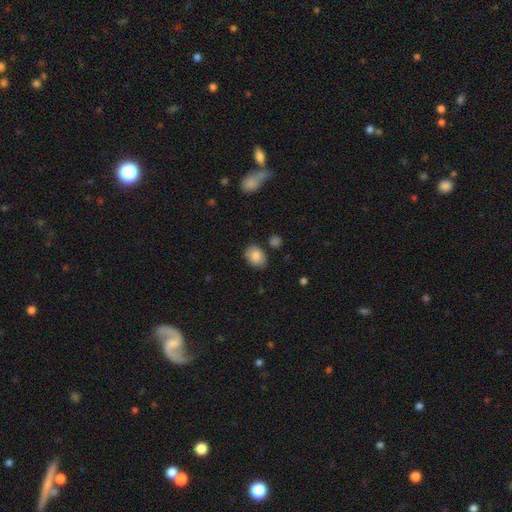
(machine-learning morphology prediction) smooth_or_featured: smooth (p=0.86) [alt: star or artifact p=0.08]
how_rounded: in between (p=0.71) [alt: round p=0.28]
merging: none (p=0.79) [alt: minor disturbance p=0.15]